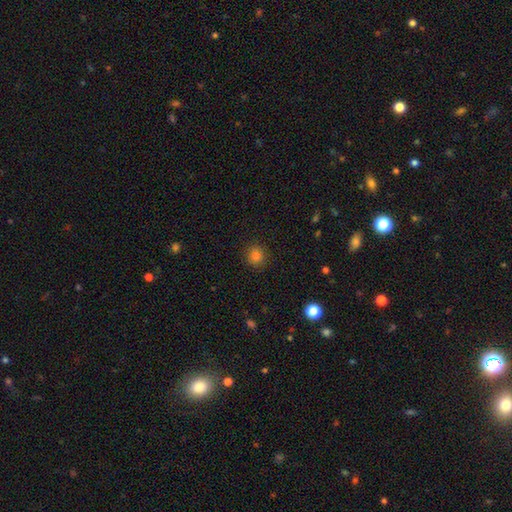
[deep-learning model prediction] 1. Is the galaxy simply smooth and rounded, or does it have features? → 83% smooth, 13% star or artifact, 4% featured or disk.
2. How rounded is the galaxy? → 87% round, 12% in between, 1% cigar-shaped.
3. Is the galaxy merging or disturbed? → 90% none, 7% minor disturbance, 2% major disturbance, 1% merger.